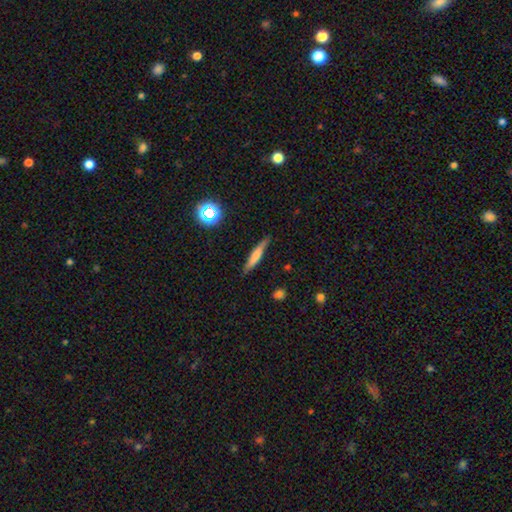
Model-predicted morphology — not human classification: Smooth or featured? Predicted: smooth (p=0.63). How rounded? Predicted: cigar-shaped (p=0.90). Merging? Predicted: none (p=0.82).